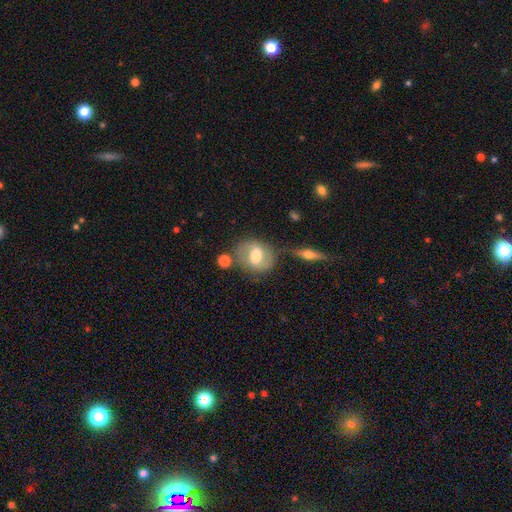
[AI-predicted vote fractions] Smooth or featured: featured or disk — 53% (smooth — 40%)
Edge-on disk: no — 93% (yes — 7%)
Merging: none — 69% (minor disturbance — 16%)